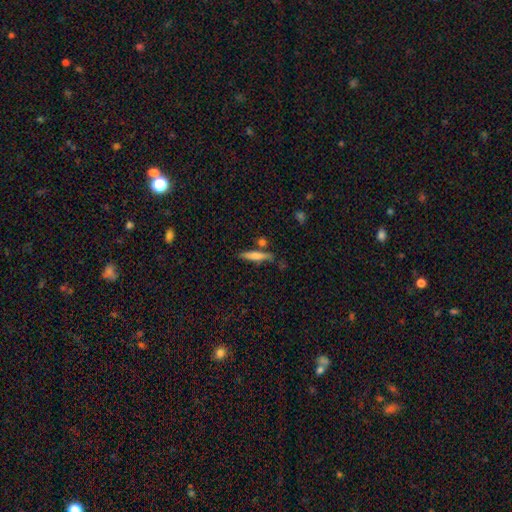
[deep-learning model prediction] Smooth or featured?
  - smooth: 64% *
  - featured or disk: 29%
  - star or artifact: 6%
How rounded?
  - cigar-shaped: 88% *
  - in between: 11%
  - round: 2%
Merging?
  - none: 74% *
  - minor disturbance: 14%
  - merger: 9%
  - major disturbance: 3%